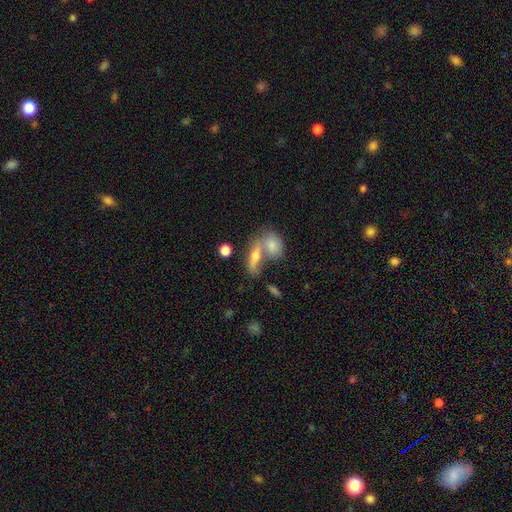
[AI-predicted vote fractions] smooth-or-featured: smooth: 57% | featured or disk: 32% | star or artifact: 11%
  how-rounded: in between: 58% | cigar-shaped: 30% | round: 12%
  merging: merger: 50% | none: 36% | minor disturbance: 9% | major disturbance: 6%